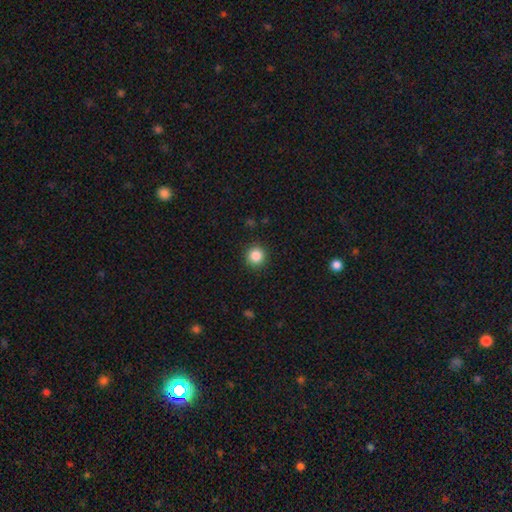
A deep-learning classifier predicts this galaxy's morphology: smooth 86%, star or artifact 10%, featured or disk 4%. Down the decision tree: how rounded — round (94%); merging — none (91%).